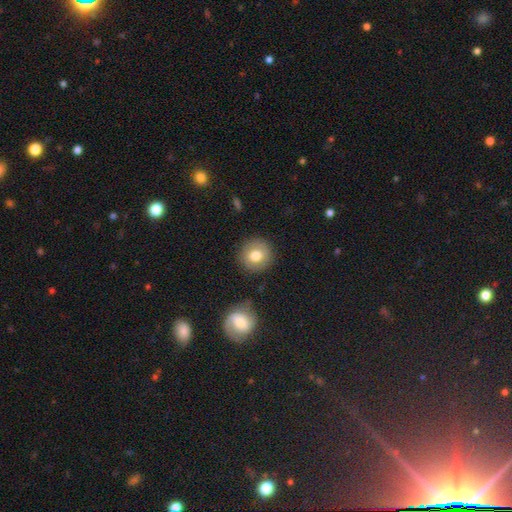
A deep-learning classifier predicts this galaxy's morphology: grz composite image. It shows a smooth galaxy with no disk features (76%) that is round (92%). Merging: none (87%).